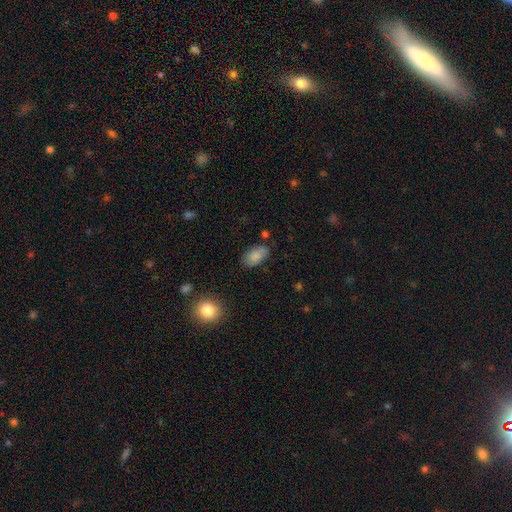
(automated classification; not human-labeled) Overall: smooth (83%). How rounded: in between (94%). Merging: none (78%).